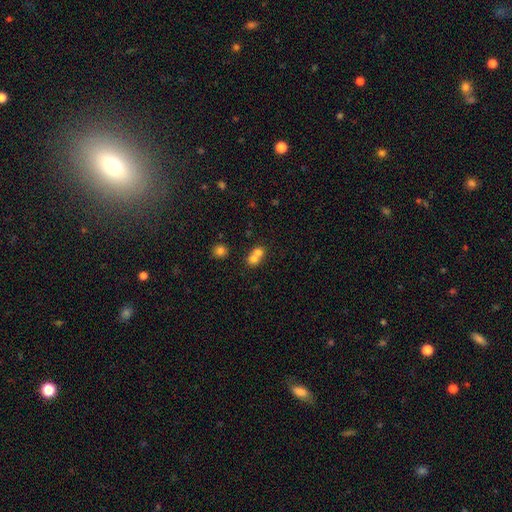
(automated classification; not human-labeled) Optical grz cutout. It shows a smooth galaxy with no disk features (71%) that is round (71%). Merging: merger (67%).